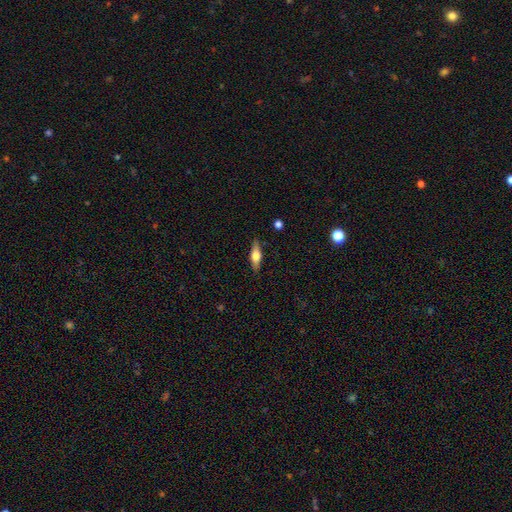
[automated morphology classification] featured or disk 49%, smooth 45%, star or artifact 7%. Down the decision tree: merging — none (86%).